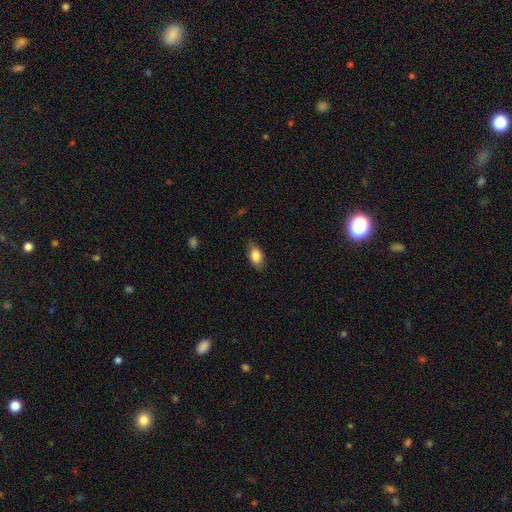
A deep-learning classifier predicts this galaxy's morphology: Smooth or featured? Predicted: smooth (p=0.84). How rounded? Predicted: in between (p=0.88). Merging? Predicted: none (p=0.81).